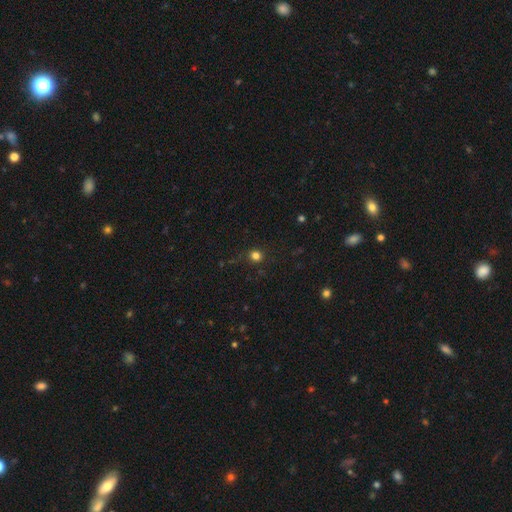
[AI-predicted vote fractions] Overall: smooth (79%). How rounded: round (88%). Merging: none (86%).